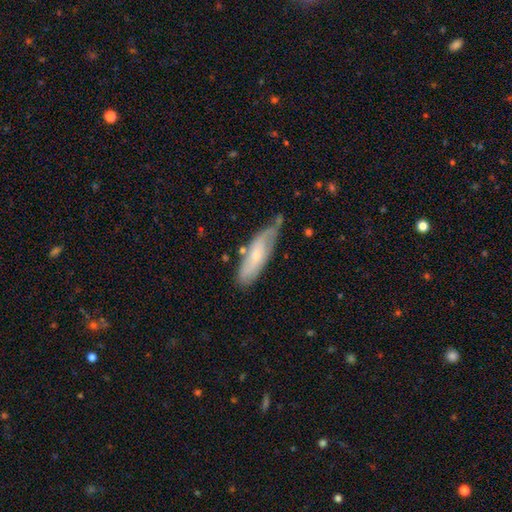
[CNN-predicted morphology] Smooth or featured: featured or disk — 48% (smooth — 46%)
Merging: none — 53% (minor disturbance — 32%)